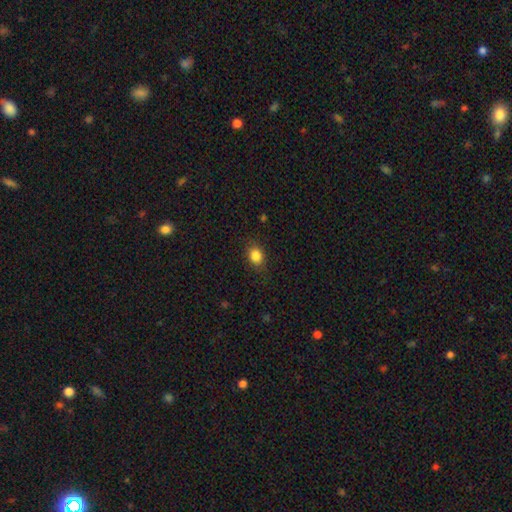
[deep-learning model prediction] smooth_or_featured: smooth (p=0.85) [alt: star or artifact p=0.10]
how_rounded: in between (p=0.52) [alt: round p=0.47]
merging: none (p=0.83) [alt: minor disturbance p=0.12]